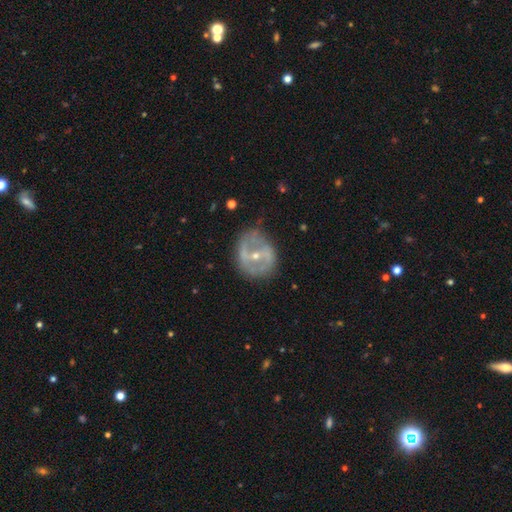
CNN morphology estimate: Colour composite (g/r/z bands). It shows a featured or disk galaxy (78%) with a strong bar (39%), spiral arms (62%) and a small central bulge (56%). Merging: none (65%).